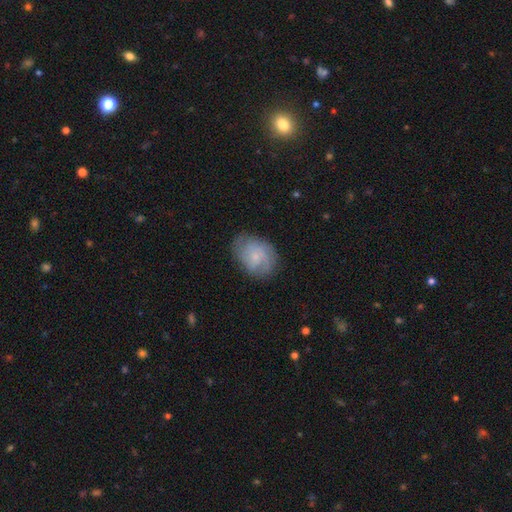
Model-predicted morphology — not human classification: A featured or disk galaxy (56%) with no bar (71%), spiral arms (87%) and a small central bulge (71%).

Vote fractions:
- Smooth or featured? featured or disk: 56% / smooth: 37% / star or artifact: 8%
- Edge-on disk? no: 97% / yes: 3%
- Bar? no: 71% / weak: 26% / strong: 3%
- Spiral arms? yes: 87% / no: 13%
- Bulge size? small: 71% / moderate: 16% / none: 10% / large: 1% / dominant: 1%
- Merging? none: 73% / minor disturbance: 19% / major disturbance: 7% / merger: 1%